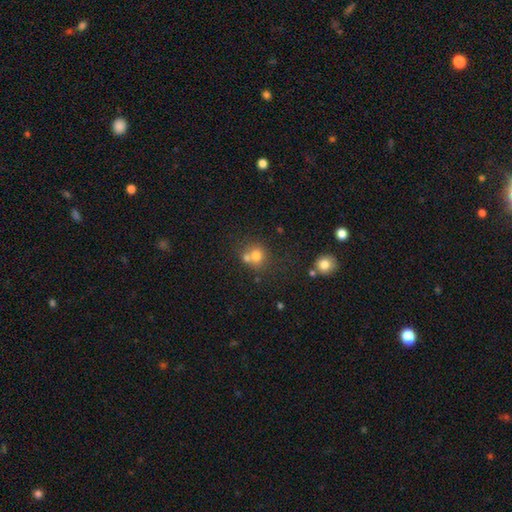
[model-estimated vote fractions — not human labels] A smooth galaxy with no disk features (71%) that is round (82%).

Vote fractions:
- Smooth or featured? smooth: 71% / star or artifact: 15% / featured or disk: 14%
- How rounded? round: 82% / in between: 17% / cigar-shaped: 1%
- Merging? none: 47% / merger: 42% / minor disturbance: 8% / major disturbance: 3%